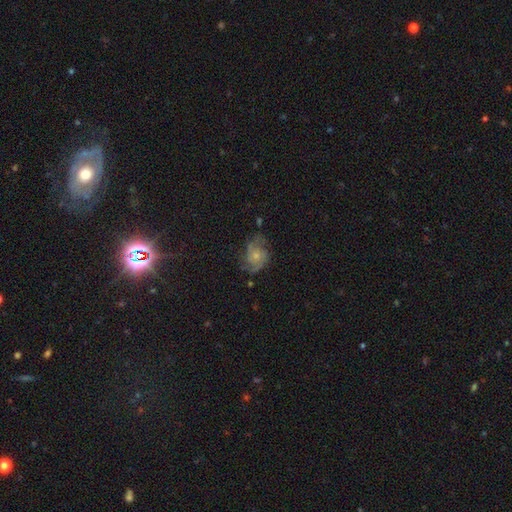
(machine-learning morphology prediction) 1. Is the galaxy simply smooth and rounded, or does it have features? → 60% featured or disk, 31% smooth, 9% star or artifact.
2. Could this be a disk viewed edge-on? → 97% no, 3% yes.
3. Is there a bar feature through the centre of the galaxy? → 80% no, 17% weak, 3% strong.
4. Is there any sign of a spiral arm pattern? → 84% yes, 16% no.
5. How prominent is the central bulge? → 57% small, 34% moderate, 5% none, 3% large, 1% dominant.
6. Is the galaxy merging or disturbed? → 54% none, 26% minor disturbance, 17% major disturbance, 2% merger.